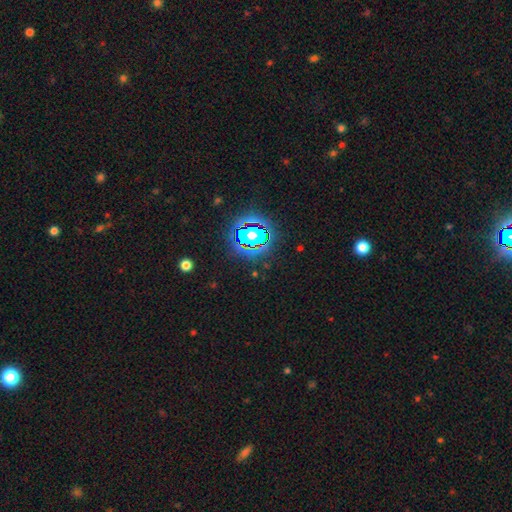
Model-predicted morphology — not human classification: Smooth or featured: star or artifact — 83% (smooth — 10%)